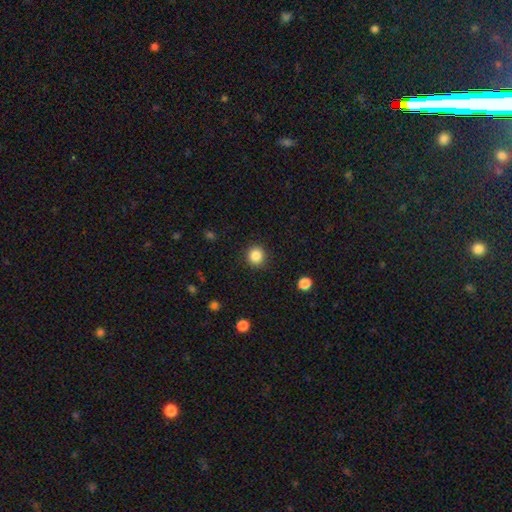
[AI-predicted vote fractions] Q: Smooth or featured?
A: smooth (85%); runner-up: star or artifact (11%)
Q: How rounded?
A: round (93%); runner-up: in between (6%)
Q: Merging?
A: none (91%); runner-up: minor disturbance (6%)